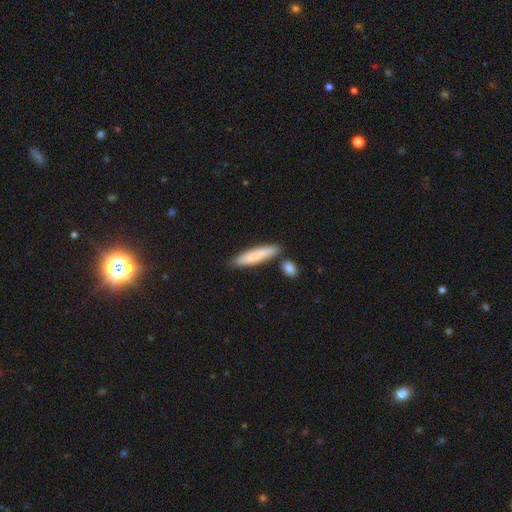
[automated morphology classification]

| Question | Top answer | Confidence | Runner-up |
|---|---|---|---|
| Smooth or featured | smooth | 80% | featured or disk (15%) |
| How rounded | cigar-shaped | 79% | in between (19%) |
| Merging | none | 74% | minor disturbance (13%) |